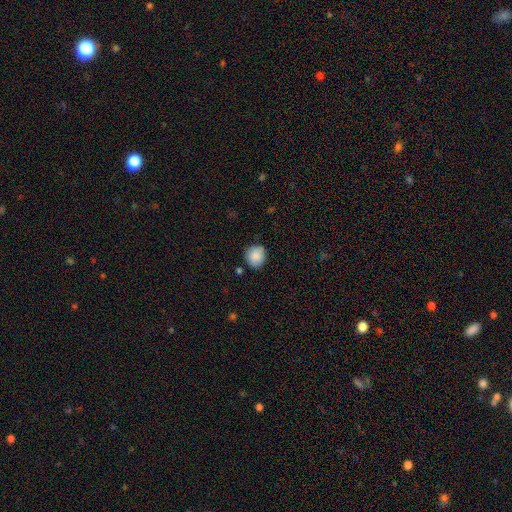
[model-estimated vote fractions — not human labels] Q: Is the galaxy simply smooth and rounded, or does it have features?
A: smooth — 87%.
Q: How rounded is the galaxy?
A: round — 86%.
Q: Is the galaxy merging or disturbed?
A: none — 78%.